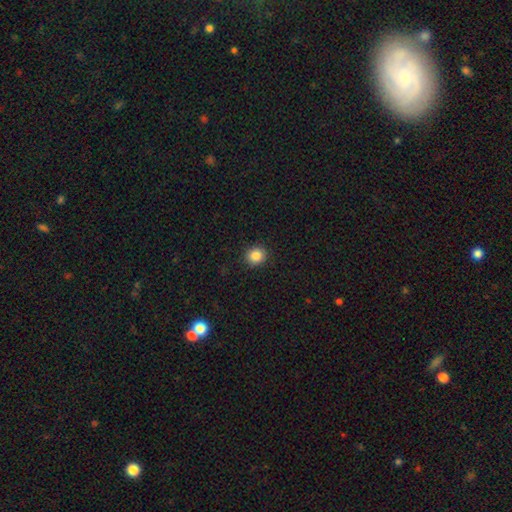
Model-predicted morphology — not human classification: Q: Smooth or featured?
A: smooth (85%); runner-up: star or artifact (10%)
Q: How rounded?
A: round (86%); runner-up: in between (13%)
Q: Merging?
A: none (91%); runner-up: minor disturbance (6%)